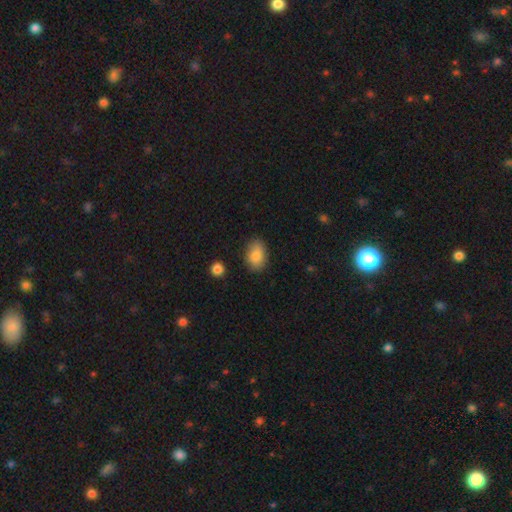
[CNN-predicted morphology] Q: Smooth or featured?
A: smooth (85%); runner-up: star or artifact (8%)
Q: How rounded?
A: in between (83%); runner-up: round (16%)
Q: Merging?
A: none (76%); runner-up: minor disturbance (18%)